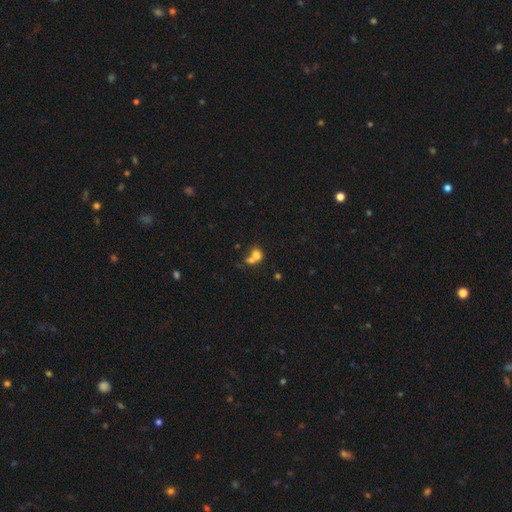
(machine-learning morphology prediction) Smooth or featured? smooth (72%)
How rounded? round (56%)
Merging? merger (61%)